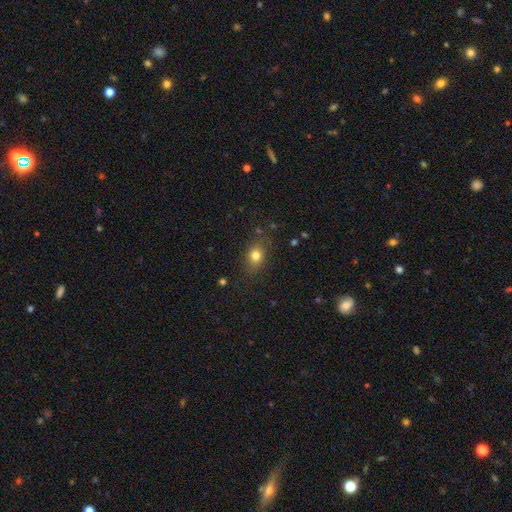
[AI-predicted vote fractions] Overall: smooth (78%). How rounded: in between (54%; round 44%). Merging: none (79%).